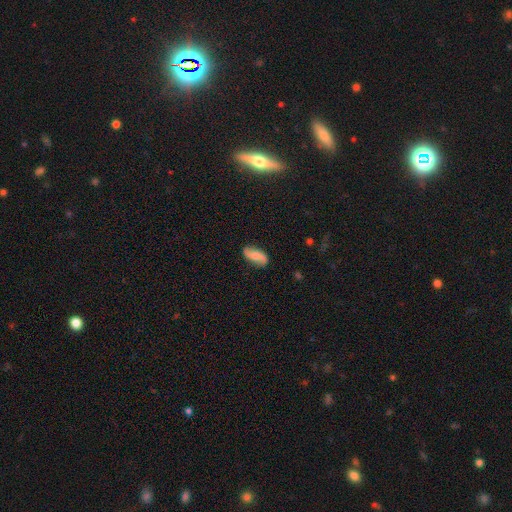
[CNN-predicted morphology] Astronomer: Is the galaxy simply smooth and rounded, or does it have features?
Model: featured or disk — 47% (runner-up: smooth, 45%).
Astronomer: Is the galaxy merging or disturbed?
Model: none — 78%.